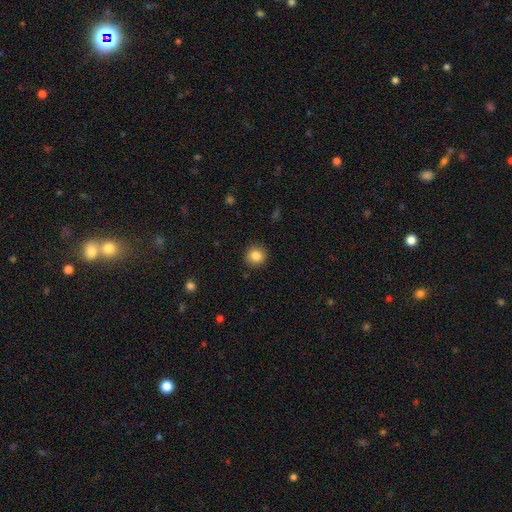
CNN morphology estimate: Smooth or featured: smooth — 85% (star or artifact — 10%)
How rounded: round — 91% (in between — 8%)
Merging: none — 90% (minor disturbance — 7%)